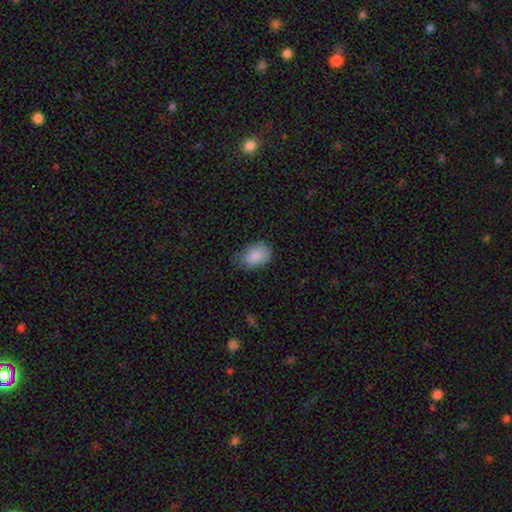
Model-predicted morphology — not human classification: This appears to be a smooth galaxy with no disk features (87%) that is in between round and cigar-shaped (86%). Merging: none (63%).